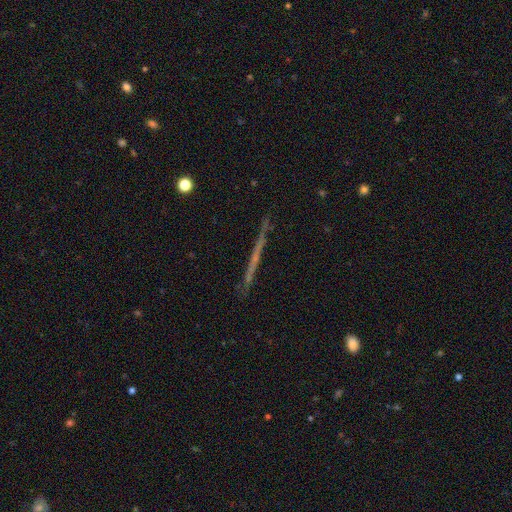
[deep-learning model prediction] Morphology: type=featured or disk (59%); edge-on=yes (96%); edge-on bulge=none (89%); merging=none (88%).